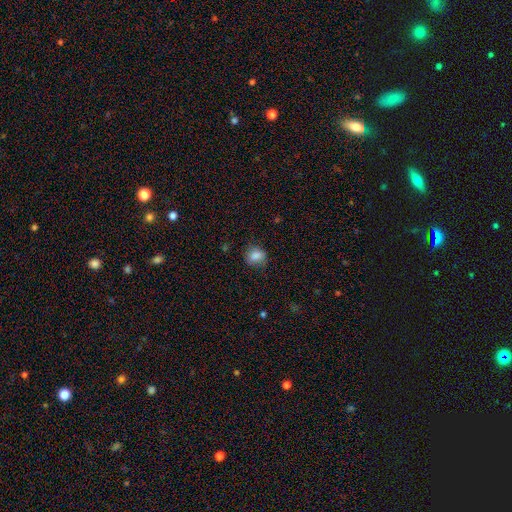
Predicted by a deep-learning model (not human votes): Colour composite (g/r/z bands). It shows a smooth galaxy with no disk features (83%) that is round (60%). Merging: none (72%).